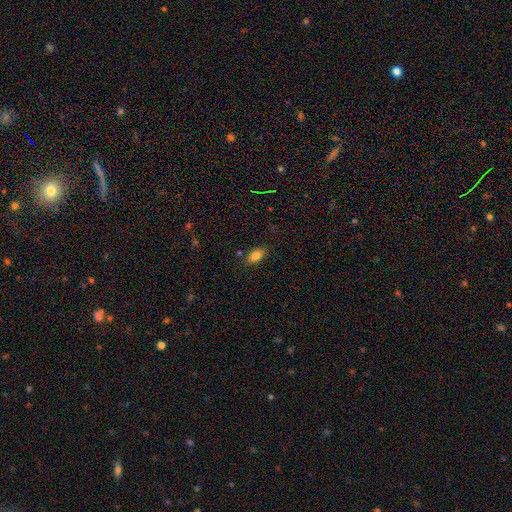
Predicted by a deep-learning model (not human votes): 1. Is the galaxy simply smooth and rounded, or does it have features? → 84% smooth, 9% star or artifact, 7% featured or disk.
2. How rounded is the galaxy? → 90% in between, 6% round, 4% cigar-shaped.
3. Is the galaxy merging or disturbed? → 81% none, 13% minor disturbance, 3% merger, 3% major disturbance.